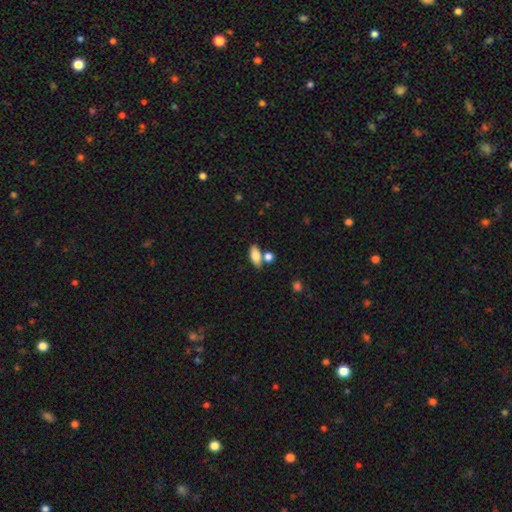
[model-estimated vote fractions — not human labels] Smooth or featured? smooth (79%)
How rounded? in between (81%)
Merging? none (63%)